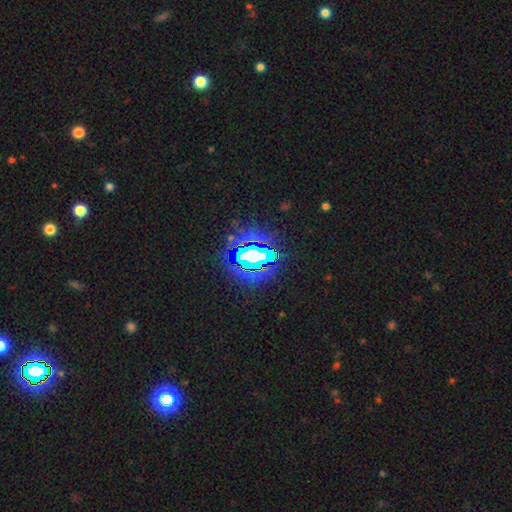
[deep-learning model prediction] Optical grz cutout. It shows a star or artifact, not a galaxy (72%).